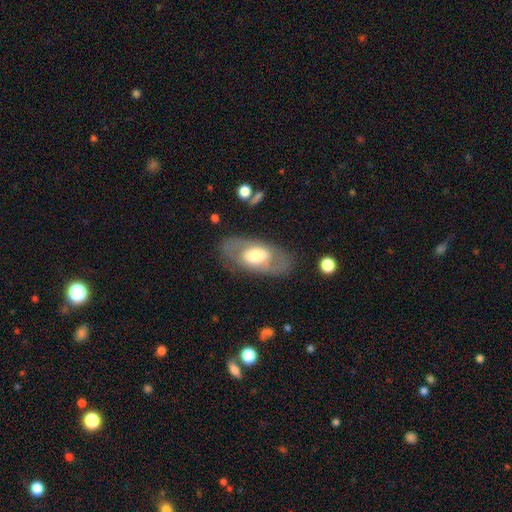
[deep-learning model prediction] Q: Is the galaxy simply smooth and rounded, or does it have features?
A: featured or disk — 55%.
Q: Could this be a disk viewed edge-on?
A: no — 88%.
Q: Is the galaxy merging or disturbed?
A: none — 77%.